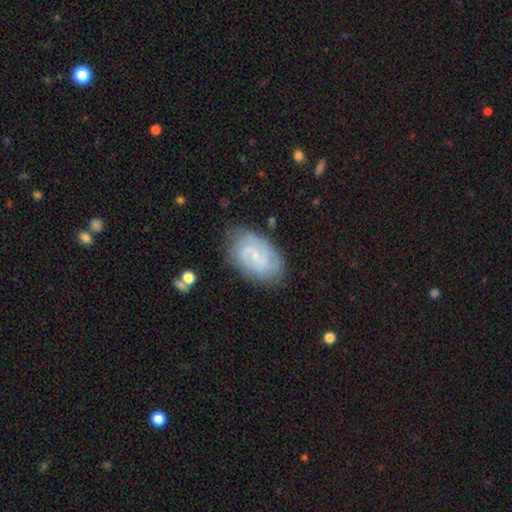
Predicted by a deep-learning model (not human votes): smooth_or_featured: featured or disk (p=0.69) [alt: smooth p=0.24]
disk_edge_on: no (p=0.97) [alt: yes p=0.03]
bar: no (p=0.50) [alt: weak p=0.43]
has_spiral_arms: yes (p=0.89) [alt: no p=0.11]
spiral_winding: tight (p=0.47) [alt: medium p=0.39]
spiral_arm_count: 2 (p=0.42) [alt: can't tell p=0.32]
bulge_size: small (p=0.76) [alt: moderate p=0.13]
merging: none (p=0.76) [alt: minor disturbance p=0.17]